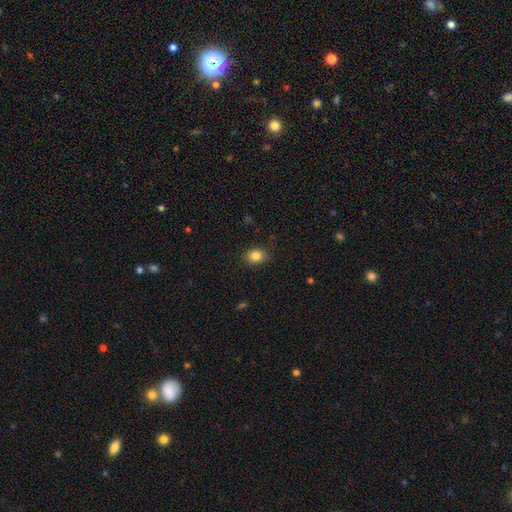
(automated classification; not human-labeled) A smooth galaxy with no disk features (85%) that is in between round and cigar-shaped (55%). Merging: none (86%).